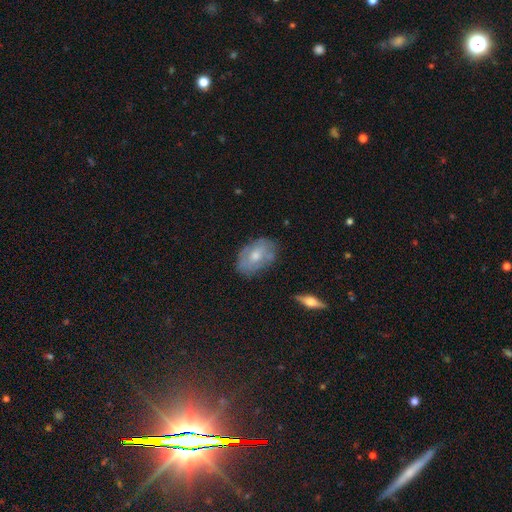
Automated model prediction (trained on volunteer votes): smooth_or_featured: smooth (p=0.54) [alt: featured or disk p=0.39]
how_rounded: in between (p=0.89) [alt: round p=0.09]
merging: none (p=0.69) [alt: minor disturbance p=0.23]